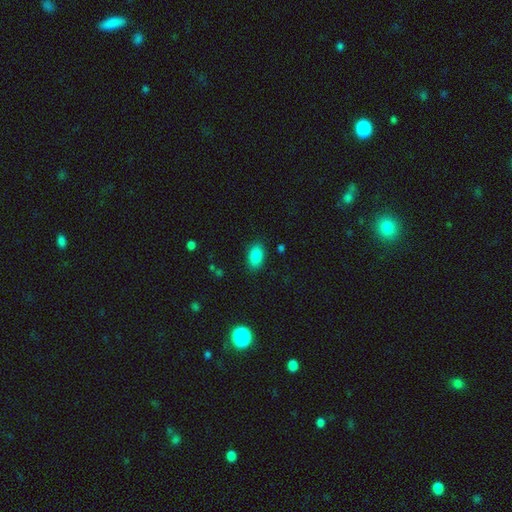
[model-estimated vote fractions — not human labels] The model was most divided on "merging": none: 86%, minor disturbance: 10%, major disturbance: 3%, merger: 1%. More confident: how rounded — in between (92%); smooth or featured — smooth (86%).